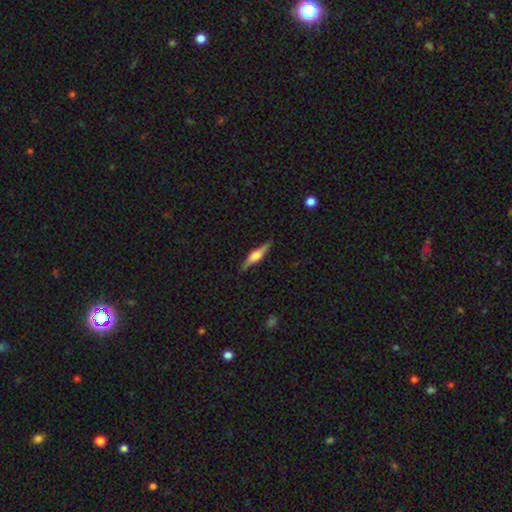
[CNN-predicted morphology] Q: Smooth or featured?
A: featured or disk (67%); runner-up: smooth (28%)
Q: Edge-on disk?
A: yes (96%); runner-up: no (4%)
Q: Edge-on bulge?
A: rounded (82%); runner-up: boxy (14%)
Q: Merging?
A: none (87%); runner-up: minor disturbance (10%)